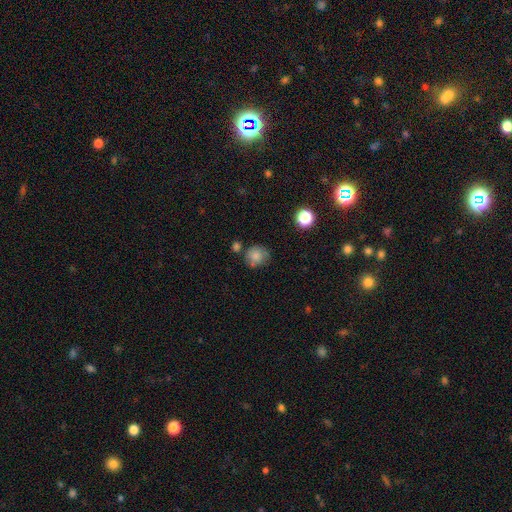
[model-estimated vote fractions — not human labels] The model was most divided on "merging": none: 66%, minor disturbance: 19%, merger: 10%, major disturbance: 6%. More confident: how rounded — round (85%); smooth or featured — smooth (81%).